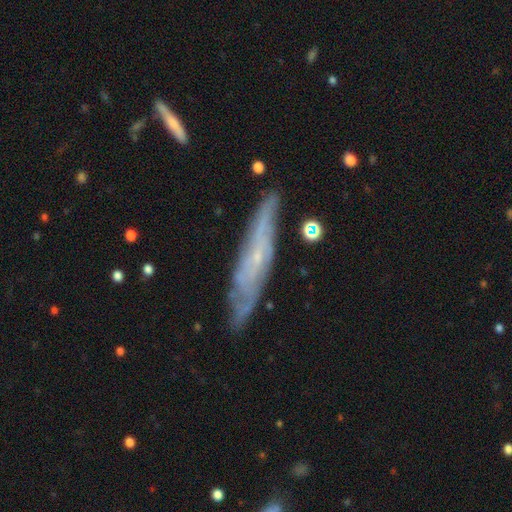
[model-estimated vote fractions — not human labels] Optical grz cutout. It shows a featured or disk galaxy (68%) viewed edge-on (50%, tied with no). Merging: none (78%).